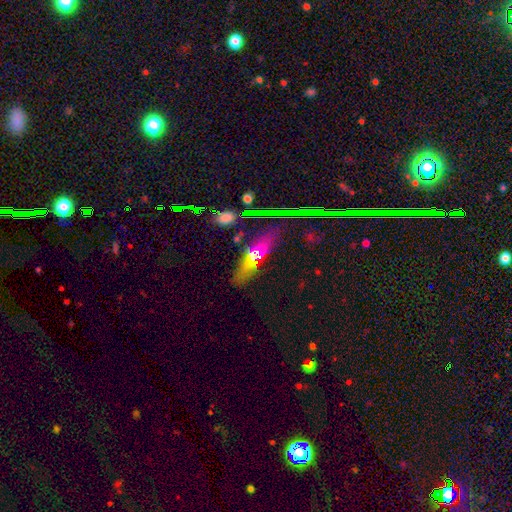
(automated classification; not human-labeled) Smooth or featured: smooth — 49% (featured or disk — 29%)
Merging: none — 83% (minor disturbance — 10%)